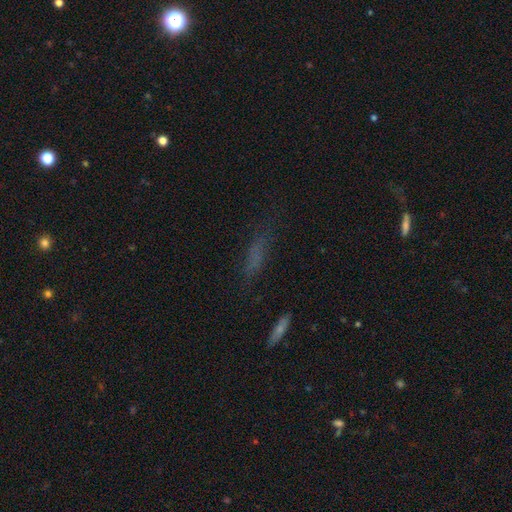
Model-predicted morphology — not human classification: Smooth or featured? Predicted: smooth (p=0.58). How rounded? Predicted: cigar-shaped (p=0.66). Merging? Predicted: none (p=0.65).